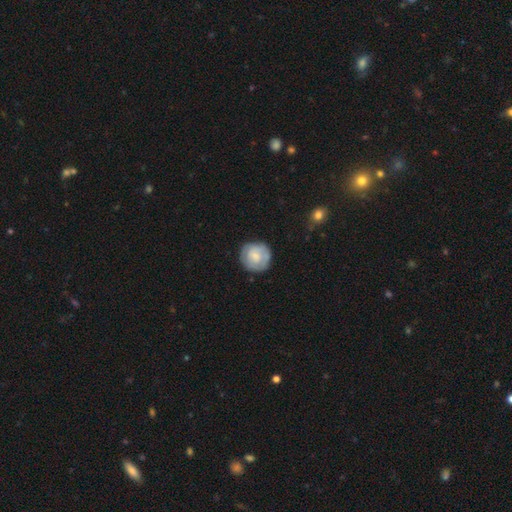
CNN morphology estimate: Overall: smooth (61%; featured or disk 32%). How rounded: round (93%). Merging: none (79%).